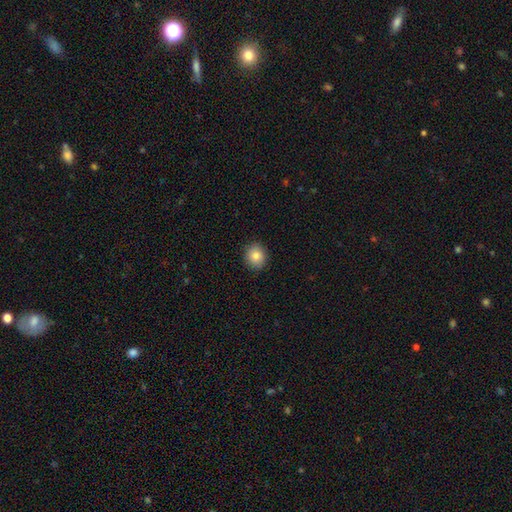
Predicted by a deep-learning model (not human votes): smooth_or_featured: smooth (p=0.84) [alt: star or artifact p=0.09]
how_rounded: round (p=0.78) [alt: in between p=0.22]
merging: none (p=0.90) [alt: minor disturbance p=0.07]